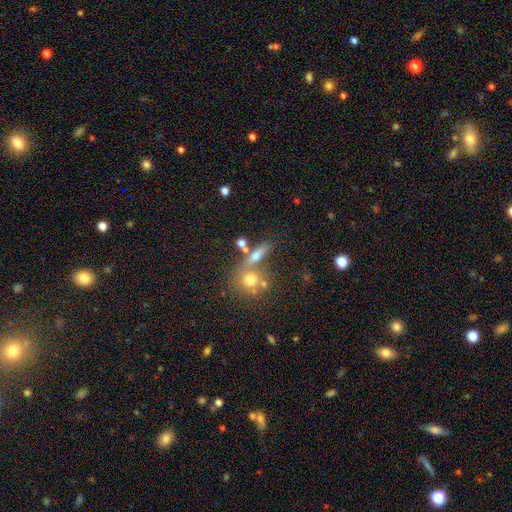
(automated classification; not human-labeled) smooth-or-featured: smooth: 56% | featured or disk: 30% | star or artifact: 14%
  how-rounded: cigar-shaped: 41% | in between: 36% | round: 24%
  merging: none: 52% | merger: 30% | minor disturbance: 12% | major disturbance: 7%